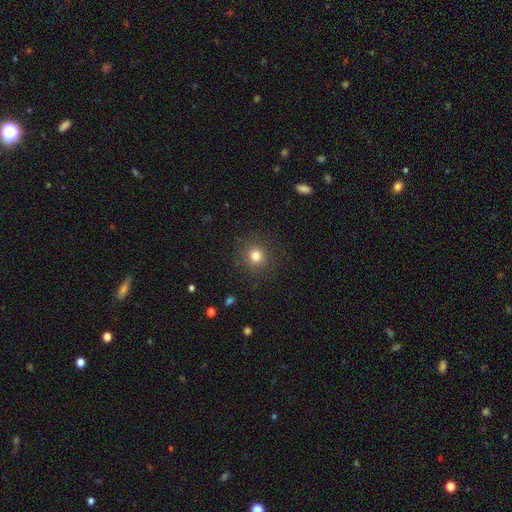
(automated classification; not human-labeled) smooth 80%, star or artifact 13%, featured or disk 7%. Down the decision tree: how rounded — round (91%); merging — none (89%).